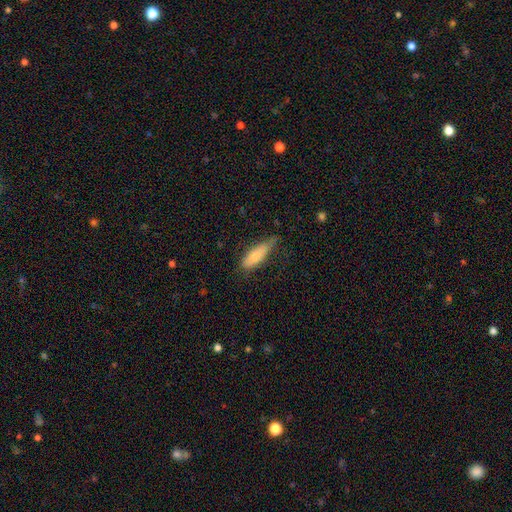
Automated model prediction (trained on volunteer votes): Smooth or featured?
  - smooth: 82% *
  - featured or disk: 11%
  - star or artifact: 7%
How rounded?
  - in between: 53% *
  - cigar-shaped: 45%
  - round: 2%
Merging?
  - none: 44% *
  - minor disturbance: 41%
  - major disturbance: 13%
  - merger: 2%